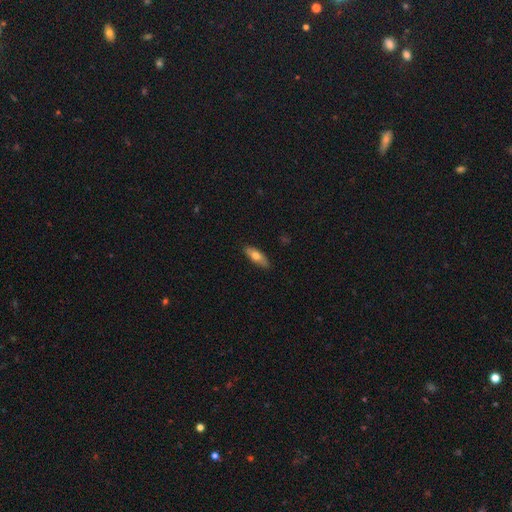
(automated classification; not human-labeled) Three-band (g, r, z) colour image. It shows a smooth galaxy with no disk features (70%) that is in between round and cigar-shaped (70%). Merging: none (85%).